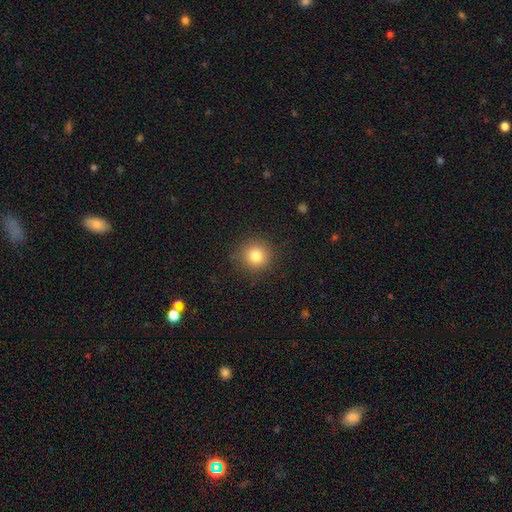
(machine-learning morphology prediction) type=smooth (80%); roundness=round (93%); merging=none (88%).